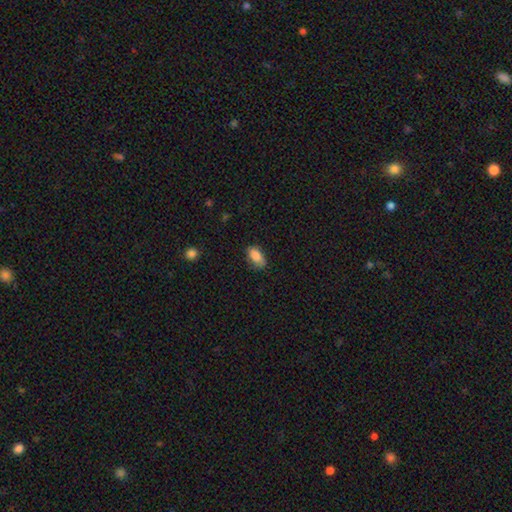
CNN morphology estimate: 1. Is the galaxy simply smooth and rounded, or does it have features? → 86% smooth, 8% star or artifact, 6% featured or disk.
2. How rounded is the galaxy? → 90% in between, 5% round, 4% cigar-shaped.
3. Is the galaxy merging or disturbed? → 73% none, 22% minor disturbance, 4% major disturbance, 1% merger.